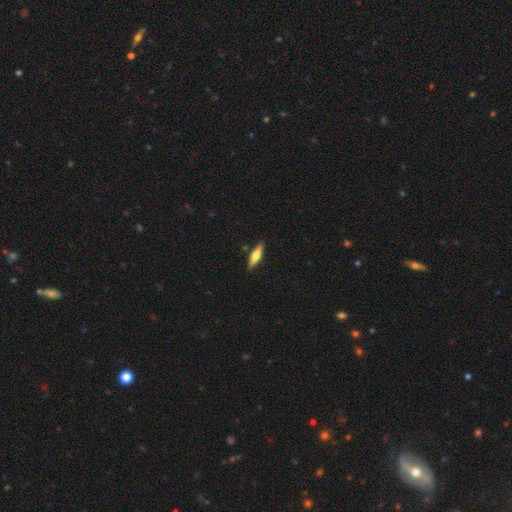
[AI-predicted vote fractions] Smooth or featured? Predicted: smooth (p=0.51). How rounded? Predicted: cigar-shaped (p=0.66). Merging? Predicted: none (p=0.87).